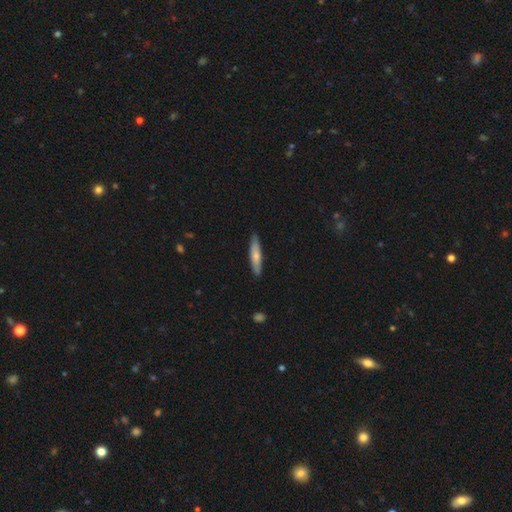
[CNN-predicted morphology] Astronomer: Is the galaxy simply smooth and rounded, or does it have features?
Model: smooth — 65%.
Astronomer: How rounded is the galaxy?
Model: cigar-shaped — 85%.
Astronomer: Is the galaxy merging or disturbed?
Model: none — 87%.